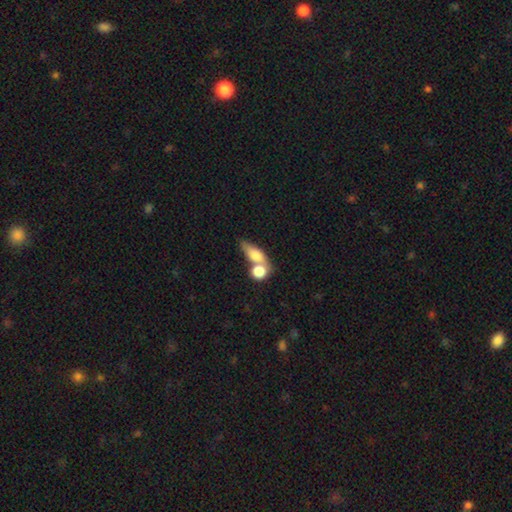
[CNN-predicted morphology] This appears to be a smooth galaxy with no disk features (72%) that is in between round and cigar-shaped (56%). Merging: merger (55%).